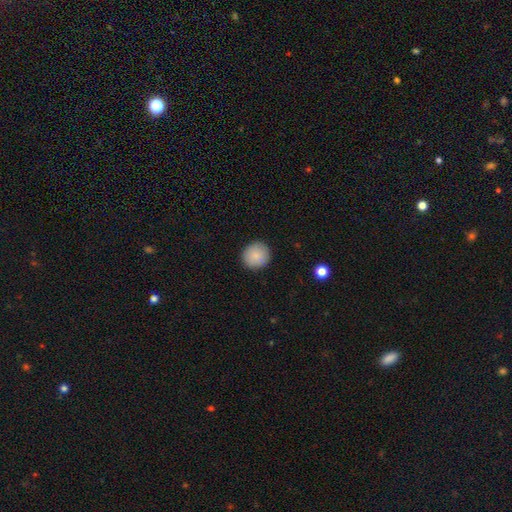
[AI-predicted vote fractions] smooth_or_featured: smooth (p=0.87) [alt: star or artifact p=0.08]
how_rounded: round (p=0.92) [alt: in between p=0.07]
merging: none (p=0.90) [alt: minor disturbance p=0.07]